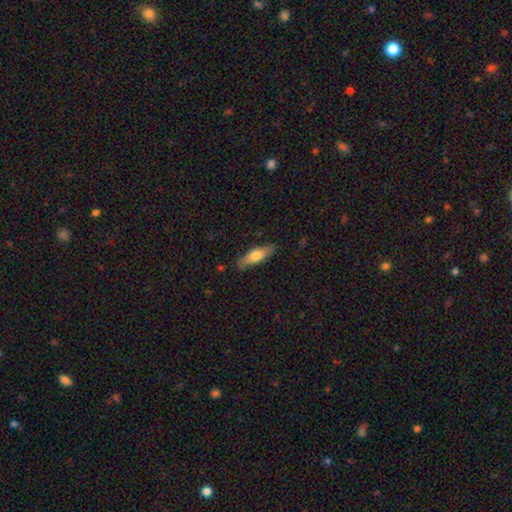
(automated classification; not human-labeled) Smooth or featured: smooth — 66% (featured or disk — 29%)
How rounded: cigar-shaped — 53% (in between — 45%)
Merging: none — 84% (minor disturbance — 12%)